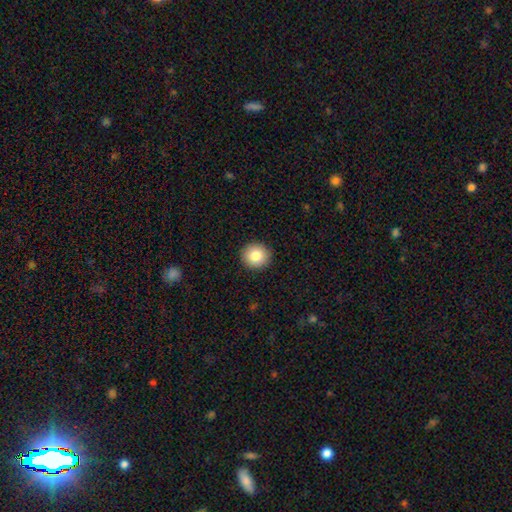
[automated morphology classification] Smooth or featured? Predicted: smooth (p=0.83). How rounded? Predicted: round (p=0.92). Merging? Predicted: none (p=0.93).